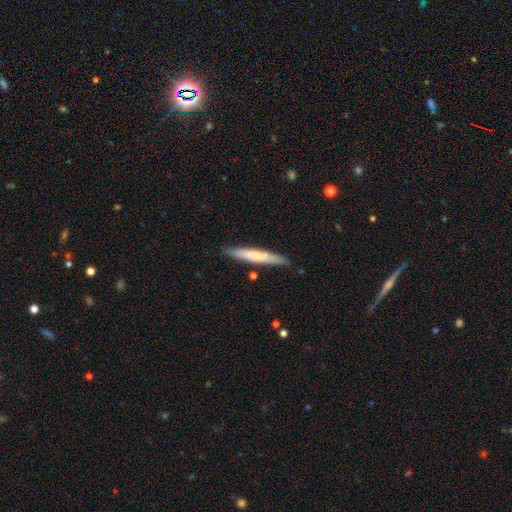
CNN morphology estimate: Q: Smooth or featured?
A: smooth (62%); runner-up: featured or disk (33%)
Q: How rounded?
A: cigar-shaped (94%); runner-up: in between (5%)
Q: Merging?
A: none (87%); runner-up: minor disturbance (10%)